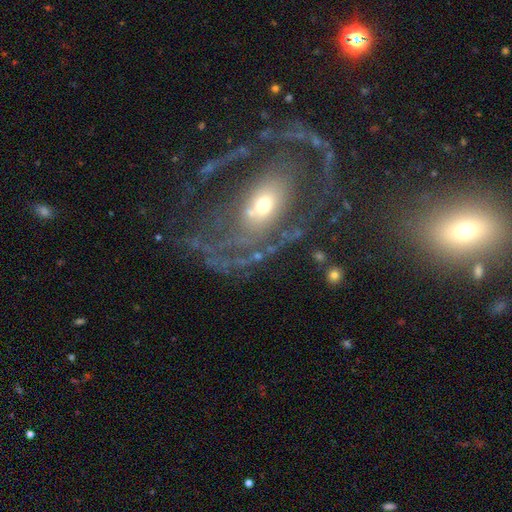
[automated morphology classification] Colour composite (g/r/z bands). It shows a featured or disk galaxy (73%) with no bar (74%), spiral arms (67%) and a moderate central bulge (50%). Merging: none (49%).